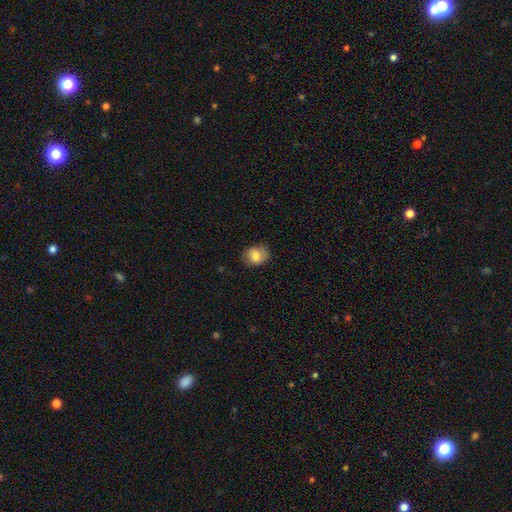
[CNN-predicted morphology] smooth-or-featured: smooth: 77% | featured or disk: 15% | star or artifact: 8%
  how-rounded: in between: 54% | round: 45% | cigar-shaped: 1%
  merging: none: 72% | minor disturbance: 20% | major disturbance: 6% | merger: 1%